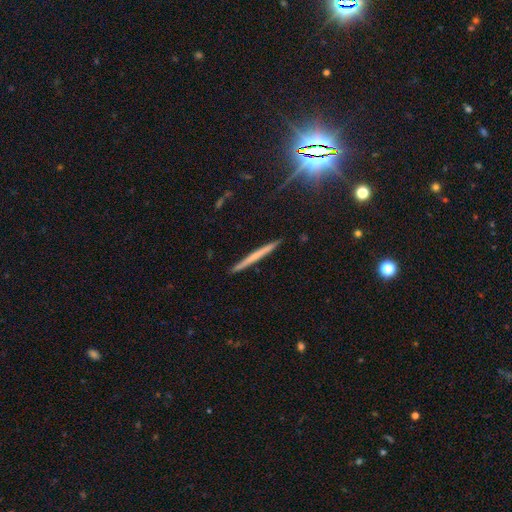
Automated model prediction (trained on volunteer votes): Smooth or featured?
  - featured or disk: 46% *
  - smooth: 45%
  - star or artifact: 10%
Merging?
  - none: 92% *
  - minor disturbance: 6%
  - major disturbance: 1%
  - merger: 1%